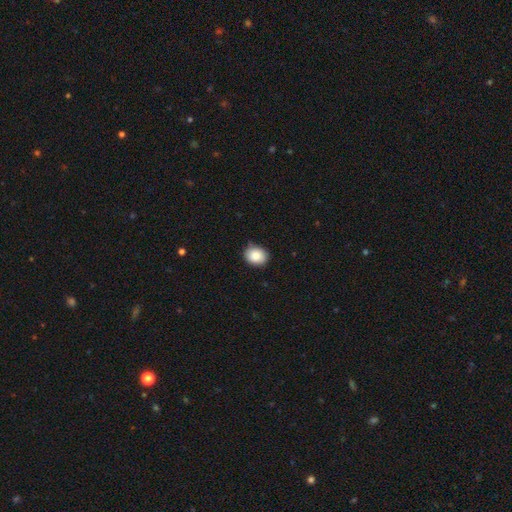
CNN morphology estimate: Smooth or featured? smooth (88%)
How rounded? round (53%)
Merging? none (79%)